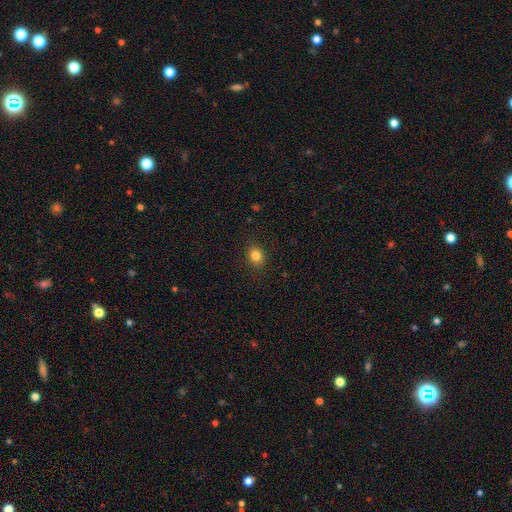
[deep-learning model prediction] This is clearly a smooth galaxy (83%). How rounded: likely round (64%). Merging: clearly none (89%).